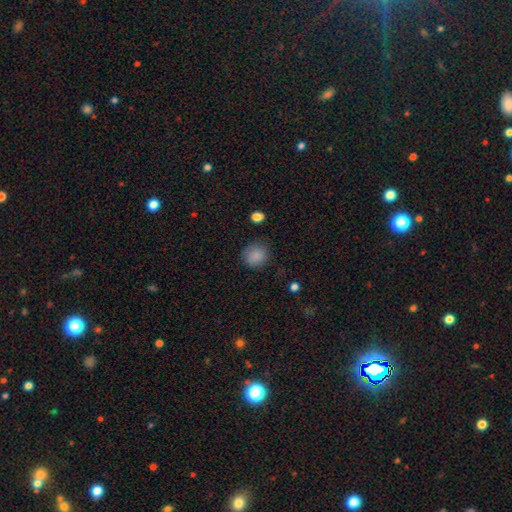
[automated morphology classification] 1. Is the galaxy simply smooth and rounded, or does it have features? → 86% smooth, 10% star or artifact, 4% featured or disk.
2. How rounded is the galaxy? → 87% round, 12% in between, 1% cigar-shaped.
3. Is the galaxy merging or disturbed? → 84% none, 11% minor disturbance, 3% major disturbance, 1% merger.